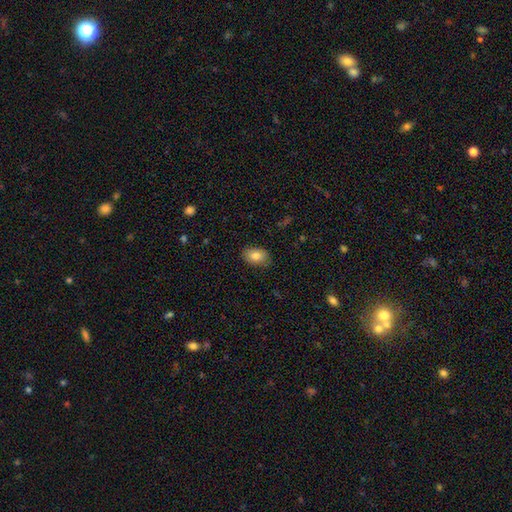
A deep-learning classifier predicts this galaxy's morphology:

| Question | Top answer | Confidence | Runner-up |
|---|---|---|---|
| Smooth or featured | smooth | 83% | featured or disk (10%) |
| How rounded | in between | 84% | round (15%) |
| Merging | none | 85% | minor disturbance (12%) |